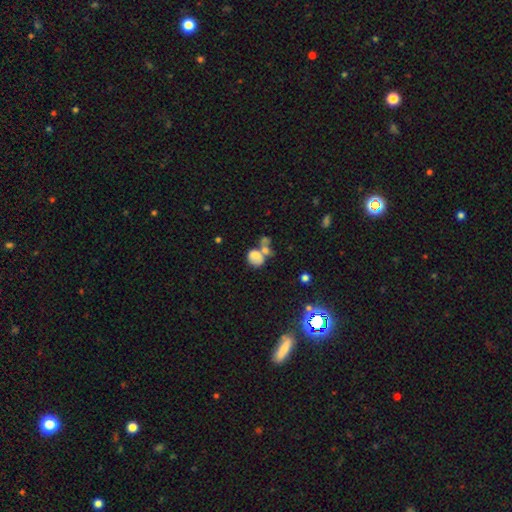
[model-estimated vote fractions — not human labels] Morphology: type=smooth (69%); roundness=round (52%); merging=merger (54%).